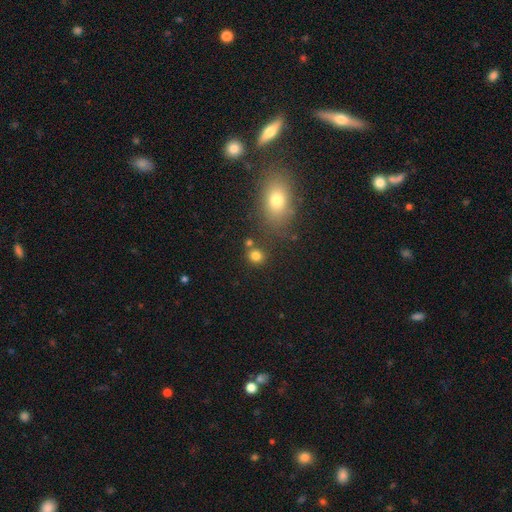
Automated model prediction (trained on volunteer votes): A smooth galaxy with no disk features (80%) that is round (80%).

Vote fractions:
- Smooth or featured? smooth: 80% / star or artifact: 14% / featured or disk: 6%
- How rounded? round: 80% / in between: 19% / cigar-shaped: 1%
- Merging? none: 74% / merger: 13% / minor disturbance: 9% / major disturbance: 4%